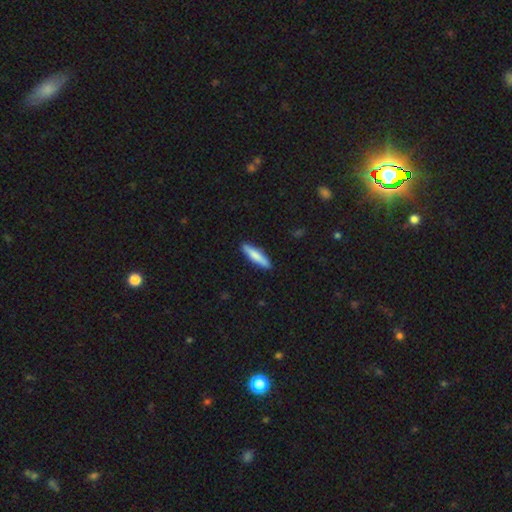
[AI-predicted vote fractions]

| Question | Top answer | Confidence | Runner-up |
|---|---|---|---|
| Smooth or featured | smooth | 74% | featured or disk (21%) |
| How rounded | cigar-shaped | 84% | in between (14%) |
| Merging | none | 89% | minor disturbance (8%) |